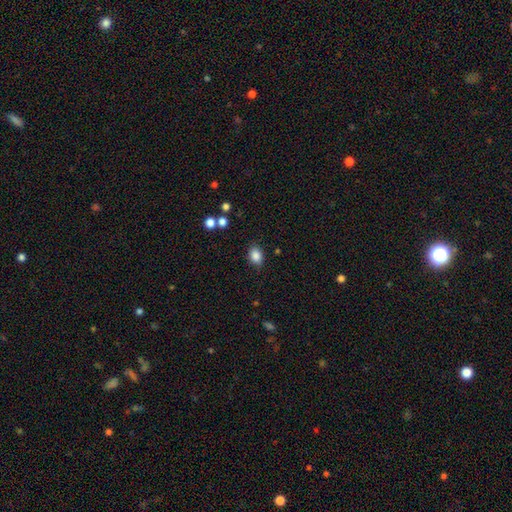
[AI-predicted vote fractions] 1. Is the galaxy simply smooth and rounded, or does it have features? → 86% smooth, 9% star or artifact, 5% featured or disk.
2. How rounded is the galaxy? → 73% in between, 26% round, 1% cigar-shaped.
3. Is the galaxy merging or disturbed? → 84% none, 11% minor disturbance, 3% major disturbance, 2% merger.